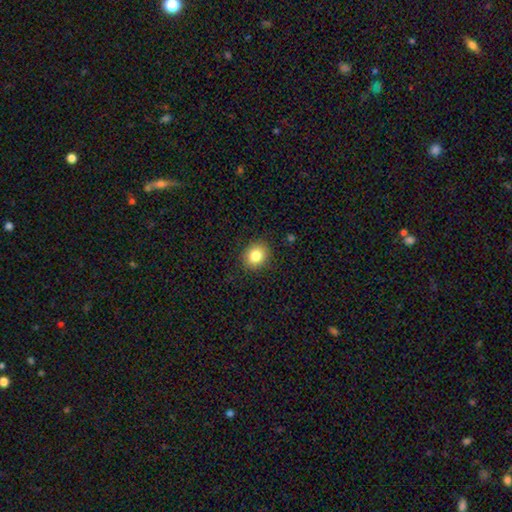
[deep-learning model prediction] Smooth or featured: smooth — 83% (star or artifact — 10%)
How rounded: round — 69% (in between — 30%)
Merging: none — 89% (minor disturbance — 8%)